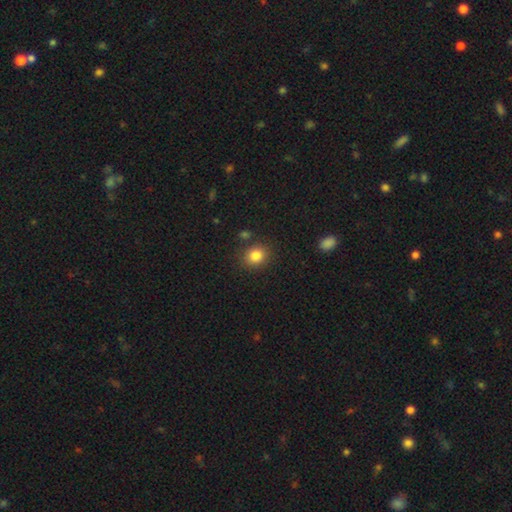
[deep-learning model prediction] Smooth or featured? smooth (84%)
How rounded? round (68%)
Merging? none (84%)